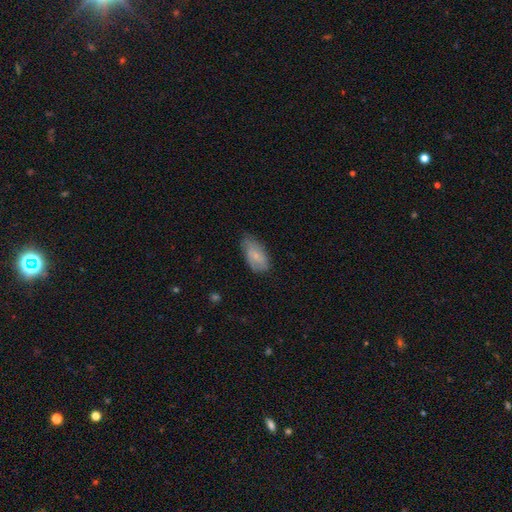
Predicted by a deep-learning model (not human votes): smooth-or-featured: smooth: 67% | featured or disk: 27% | star or artifact: 7%
  how-rounded: in between: 92% | cigar-shaped: 4% | round: 4%
  merging: none: 57% | minor disturbance: 34% | major disturbance: 7% | merger: 1%